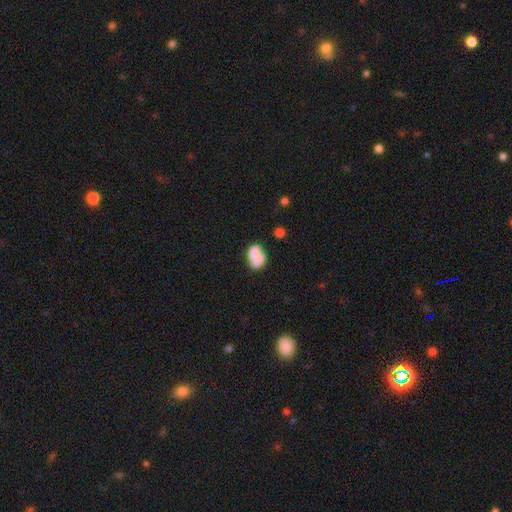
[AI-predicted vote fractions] A smooth galaxy with no disk features (70%) that is in between round and cigar-shaped (81%).

Vote fractions:
- Smooth or featured? smooth: 70% / featured or disk: 22% / star or artifact: 9%
- How rounded? in between: 81% / round: 18% / cigar-shaped: 1%
- Merging? none: 37% / merger: 27% / minor disturbance: 24% / major disturbance: 12%